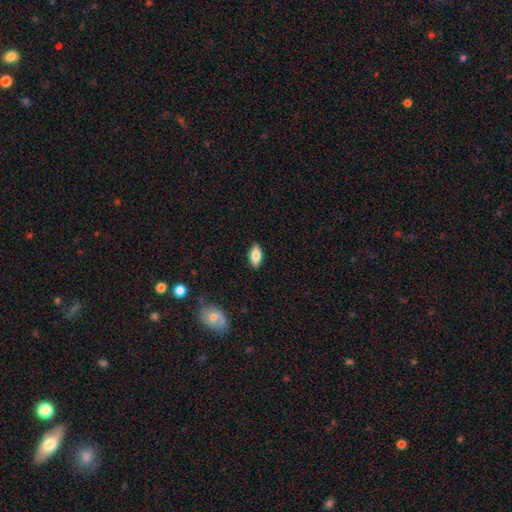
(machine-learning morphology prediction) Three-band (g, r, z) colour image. It shows a smooth galaxy with no disk features (76%) that is in between round and cigar-shaped (86%). Merging: none (86%).